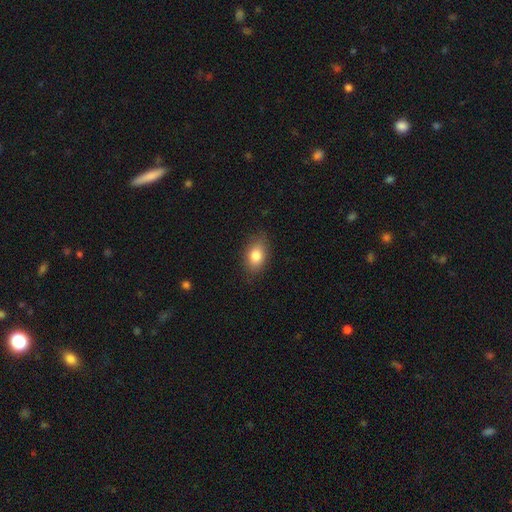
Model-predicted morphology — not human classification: Overall: smooth (82%). How rounded: in between (85%). Merging: none (82%).